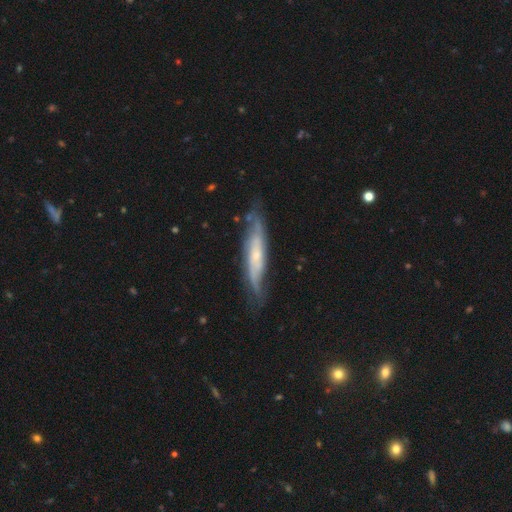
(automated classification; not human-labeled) Q: Smooth or featured?
A: featured or disk (71%); runner-up: smooth (23%)
Q: Edge-on disk?
A: no (50%); tied with: yes (50%)
Q: Merging?
A: none (70%); runner-up: minor disturbance (21%)